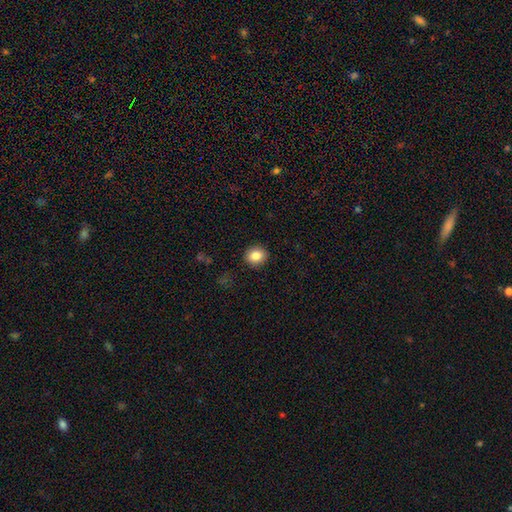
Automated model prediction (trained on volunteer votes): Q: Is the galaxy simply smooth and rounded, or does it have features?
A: smooth — 86%.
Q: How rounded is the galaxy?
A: round — 71%.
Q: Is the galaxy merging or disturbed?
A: none — 91%.